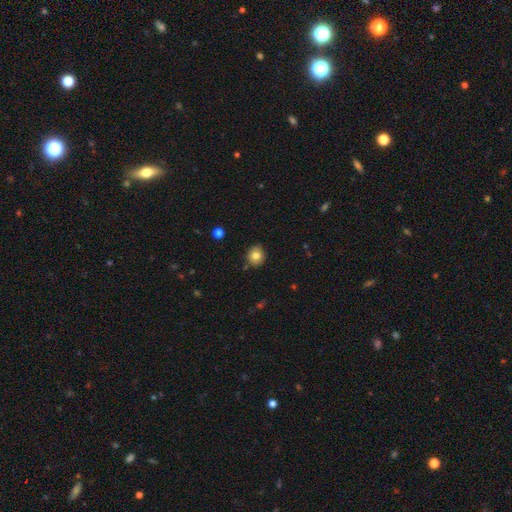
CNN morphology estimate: This is clearly a smooth galaxy (80%). How rounded: clearly round (82%). Merging: clearly none (86%).